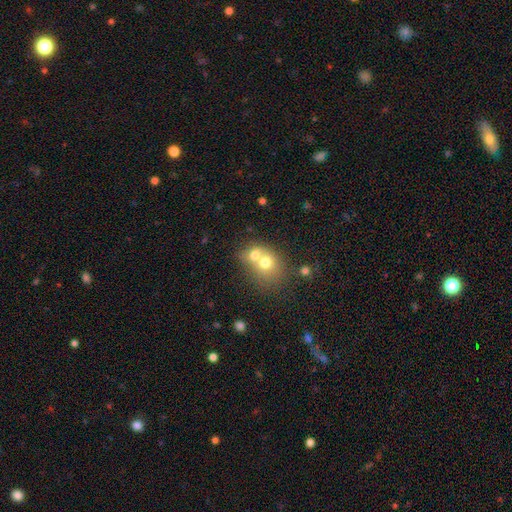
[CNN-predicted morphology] Smooth or featured?
  - smooth: 61% *
  - featured or disk: 21%
  - star or artifact: 18%
How rounded?
  - round: 71% *
  - in between: 28%
  - cigar-shaped: 1%
Merging?
  - merger: 57% *
  - none: 33%
  - minor disturbance: 7%
  - major disturbance: 3%